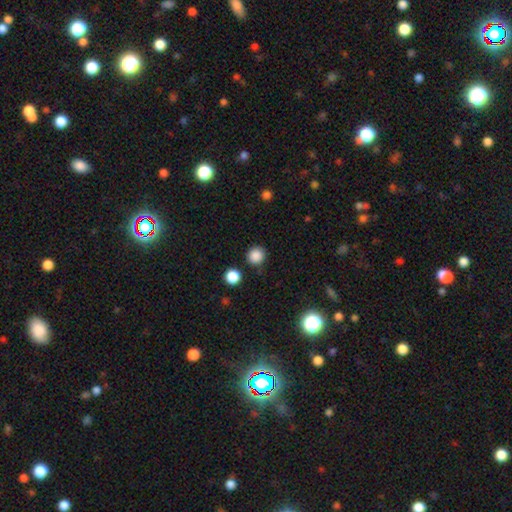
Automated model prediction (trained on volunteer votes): Q: Smooth or featured?
A: smooth (86%); runner-up: star or artifact (11%)
Q: How rounded?
A: round (92%); runner-up: in between (7%)
Q: Merging?
A: none (86%); runner-up: minor disturbance (8%)